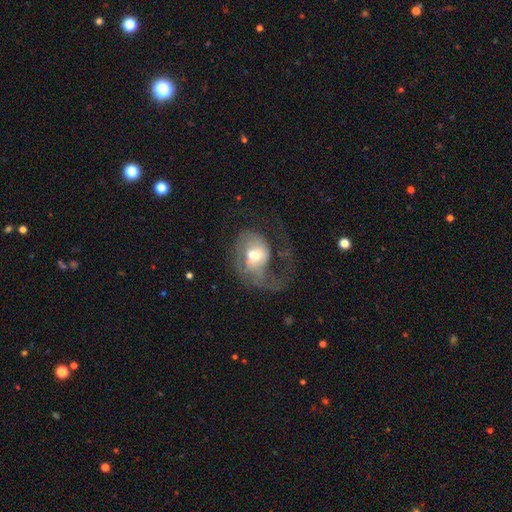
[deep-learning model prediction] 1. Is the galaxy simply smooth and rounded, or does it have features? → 66% featured or disk, 26% smooth, 8% star or artifact.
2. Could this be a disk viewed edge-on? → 97% no, 3% yes.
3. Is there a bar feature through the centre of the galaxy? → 57% no, 35% weak, 8% strong.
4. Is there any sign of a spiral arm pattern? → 73% yes, 27% no.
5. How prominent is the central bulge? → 62% moderate, 21% small, 13% large, 2% none, 2% dominant.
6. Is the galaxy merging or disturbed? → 55% major disturbance, 23% none, 13% minor disturbance, 10% merger.